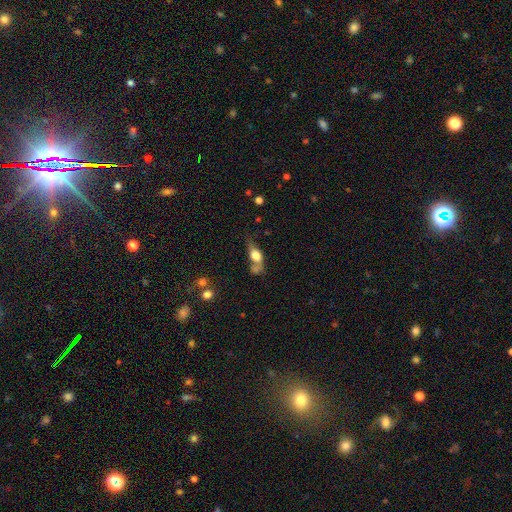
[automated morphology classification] This is likely a smooth galaxy (63%). How rounded: likely in between (71%). Merging: marginally none (34%).